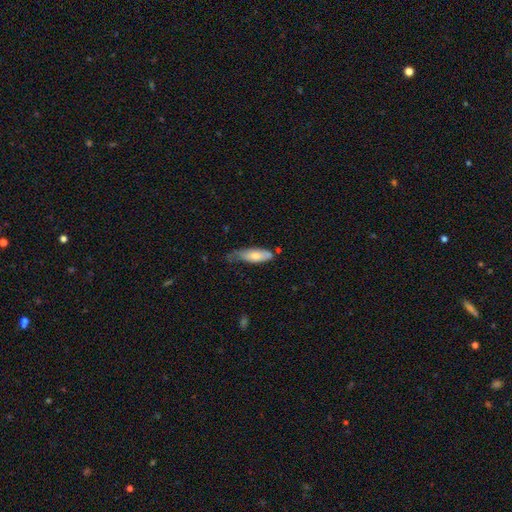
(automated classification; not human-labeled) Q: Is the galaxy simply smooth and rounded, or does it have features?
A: smooth — 68%.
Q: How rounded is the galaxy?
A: in between — 63%.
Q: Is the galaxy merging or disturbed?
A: minor disturbance — 43%.